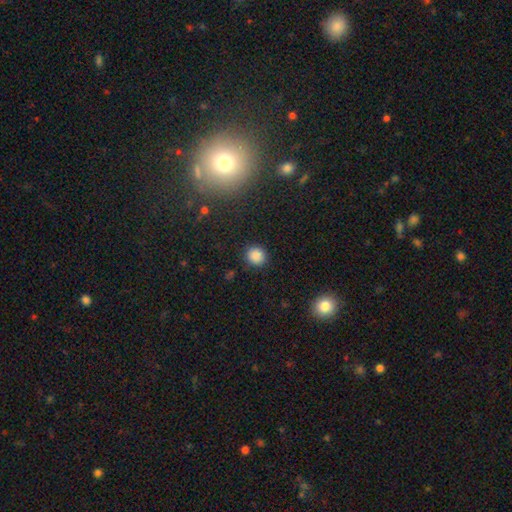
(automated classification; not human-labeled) Morphology: type=smooth (86%); roundness=round (89%); merging=none (89%).